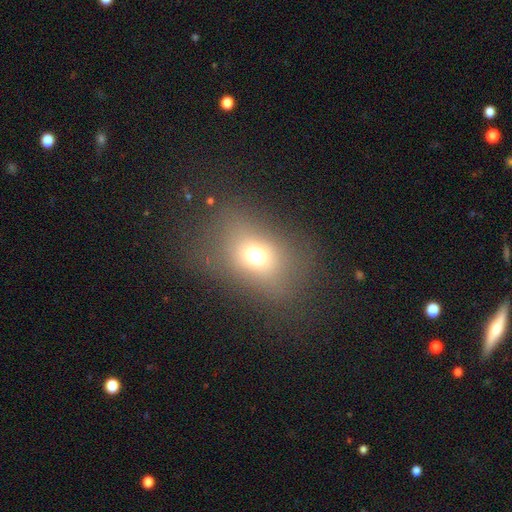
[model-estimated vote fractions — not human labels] Smooth or featured? Predicted: smooth (p=0.64). How rounded? Predicted: in between (p=0.55). Merging? Predicted: none (p=0.73).